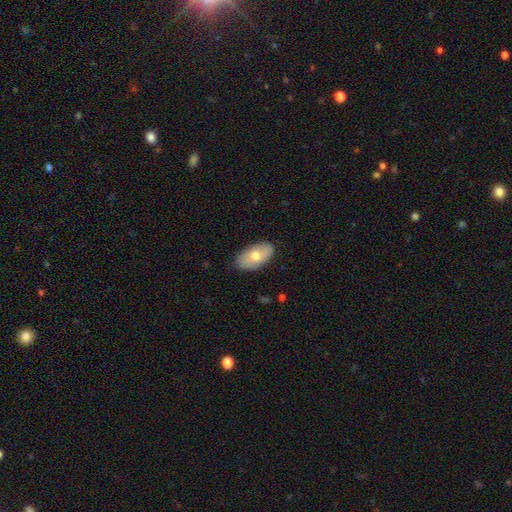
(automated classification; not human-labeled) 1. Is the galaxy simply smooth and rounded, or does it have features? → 69% smooth, 25% featured or disk, 6% star or artifact.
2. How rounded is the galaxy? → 94% in between, 4% round, 2% cigar-shaped.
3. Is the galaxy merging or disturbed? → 84% none, 12% minor disturbance, 2% major disturbance, 1% merger.